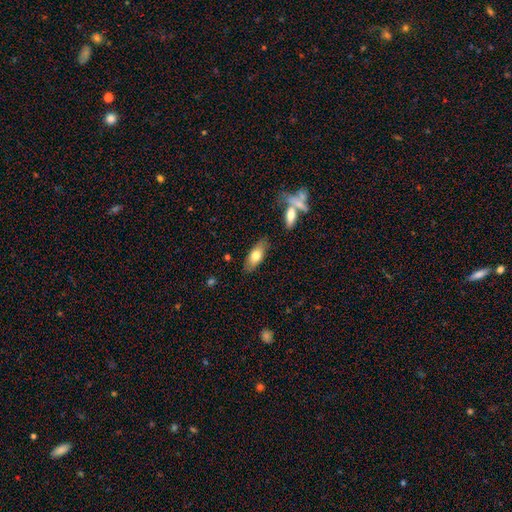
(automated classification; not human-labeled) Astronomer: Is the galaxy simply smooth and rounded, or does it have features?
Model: smooth — 70%.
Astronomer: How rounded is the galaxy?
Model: in between — 77%.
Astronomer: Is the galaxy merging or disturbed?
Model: none — 81%.